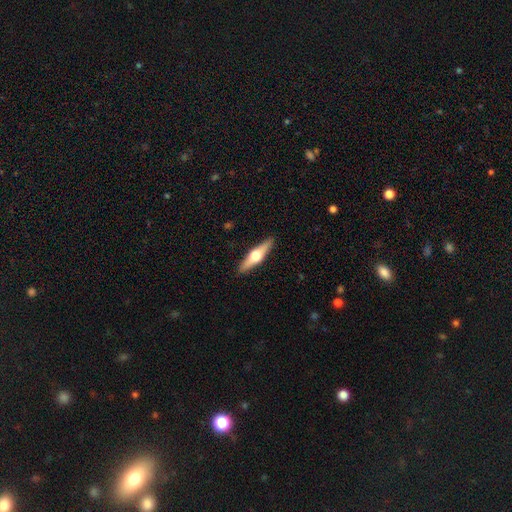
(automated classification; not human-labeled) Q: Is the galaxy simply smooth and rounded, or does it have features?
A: featured or disk — 61%.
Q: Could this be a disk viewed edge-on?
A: yes — 96%.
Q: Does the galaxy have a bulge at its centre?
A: rounded — 96%.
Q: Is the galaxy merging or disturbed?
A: none — 91%.